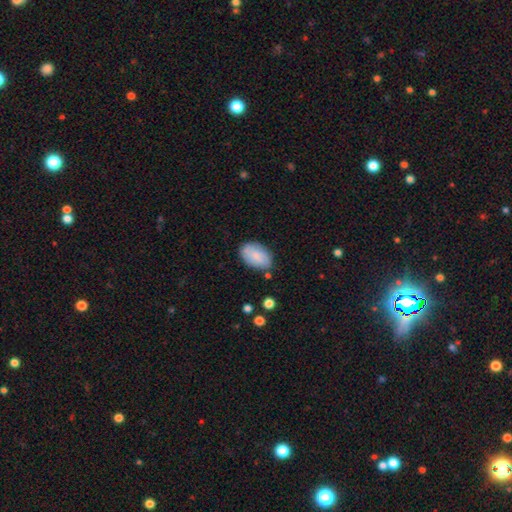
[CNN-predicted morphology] The model was most divided on "merging": none: 76%, minor disturbance: 17%, major disturbance: 4%, merger: 3%. More confident: how rounded — in between (93%); smooth or featured — smooth (80%).